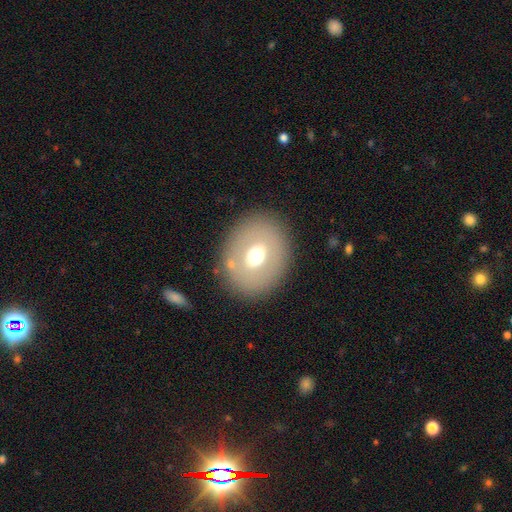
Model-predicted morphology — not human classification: Smooth or featured? Predicted: smooth (p=0.57). How rounded? Predicted: round (p=0.57). Merging? Predicted: none (p=0.84).